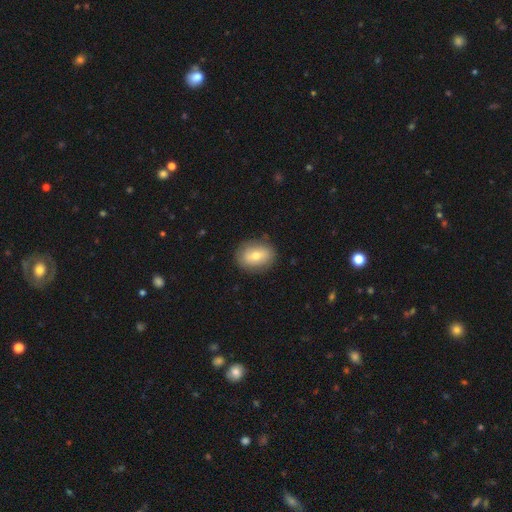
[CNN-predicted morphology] Overall: smooth (70%). How rounded: in between (69%; round 30%). Merging: none (84%).